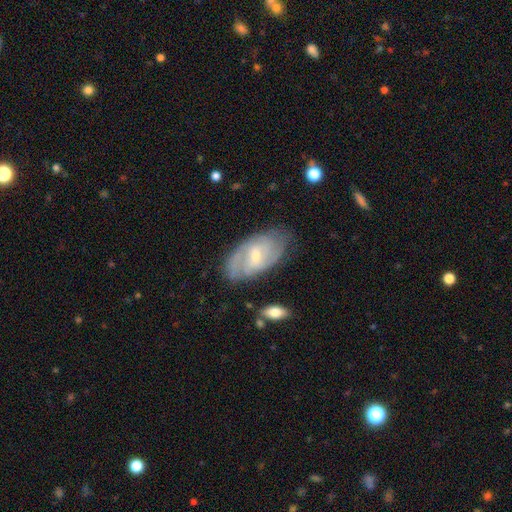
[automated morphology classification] A featured or disk galaxy (78%) with a weak bar (56%), 2 (50%) tight (47%) spiral arms (91%) and a small central bulge (64%). Merging: none (73%).